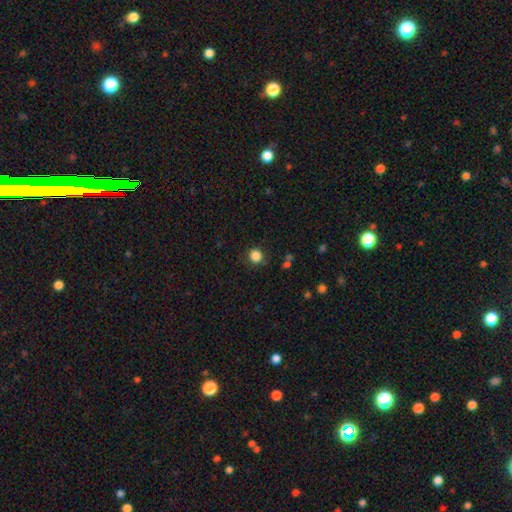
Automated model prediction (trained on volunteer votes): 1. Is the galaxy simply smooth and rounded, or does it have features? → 85% smooth, 11% star or artifact, 4% featured or disk.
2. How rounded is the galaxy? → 89% round, 11% in between, 1% cigar-shaped.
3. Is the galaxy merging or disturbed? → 85% none, 10% minor disturbance, 3% major disturbance, 2% merger.